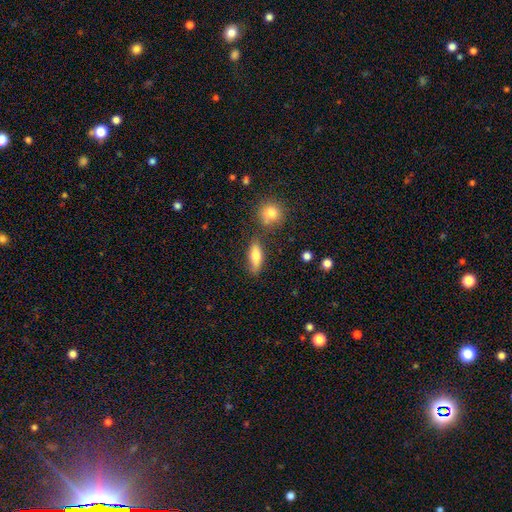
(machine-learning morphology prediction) smooth-or-featured: smooth: 71% | featured or disk: 21% | star or artifact: 8%
  how-rounded: in between: 59% | cigar-shaped: 36% | round: 4%
  merging: none: 72% | minor disturbance: 16% | merger: 7% | major disturbance: 4%